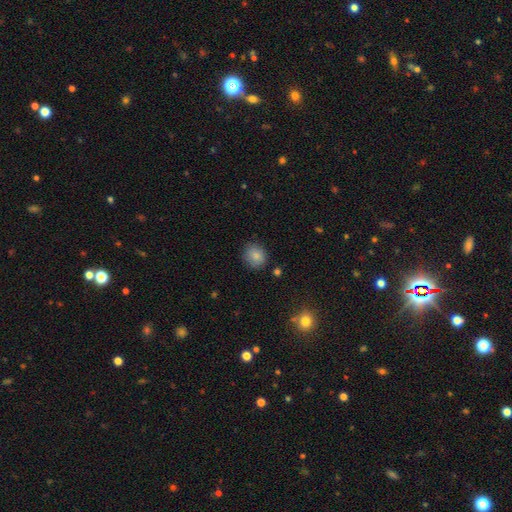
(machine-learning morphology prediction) Q: Smooth or featured?
A: smooth (85%); runner-up: star or artifact (9%)
Q: How rounded?
A: round (74%); runner-up: in between (25%)
Q: Merging?
A: none (84%); runner-up: minor disturbance (11%)